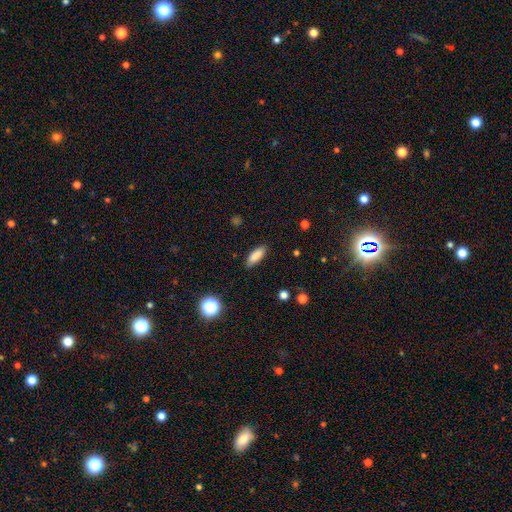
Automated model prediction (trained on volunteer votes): smooth_or_featured: smooth (p=0.85) [alt: star or artifact p=0.08]
how_rounded: in between (p=0.63) [alt: cigar-shaped p=0.34]
merging: none (p=0.88) [alt: minor disturbance p=0.09]